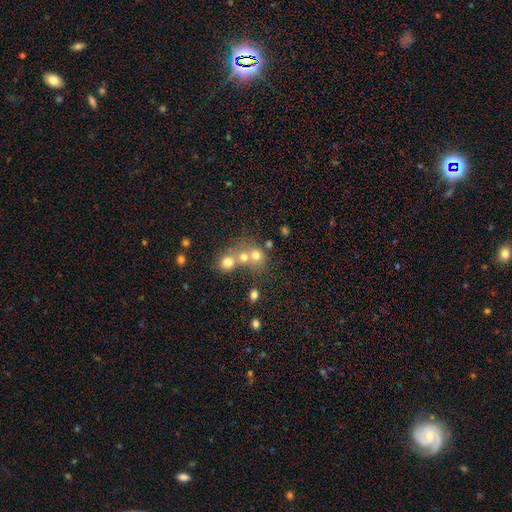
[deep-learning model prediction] smooth_or_featured: smooth (p=0.66) [alt: featured or disk p=0.17]
how_rounded: round (p=0.80) [alt: in between p=0.19]
merging: merger (p=0.50) [alt: none p=0.40]